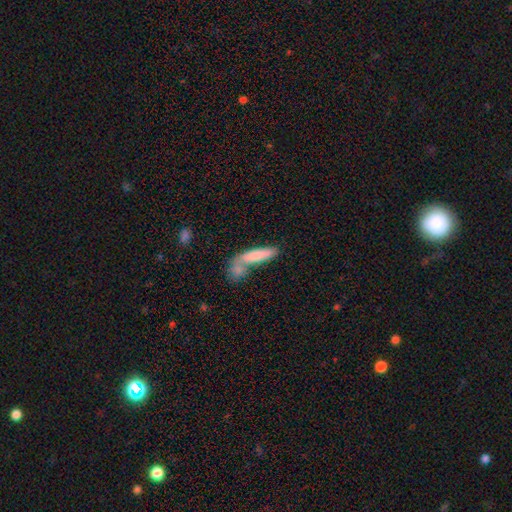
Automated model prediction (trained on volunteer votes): A smooth galaxy with no disk features (78%) that is cigar-shaped (71%). Merging: merger (44%).